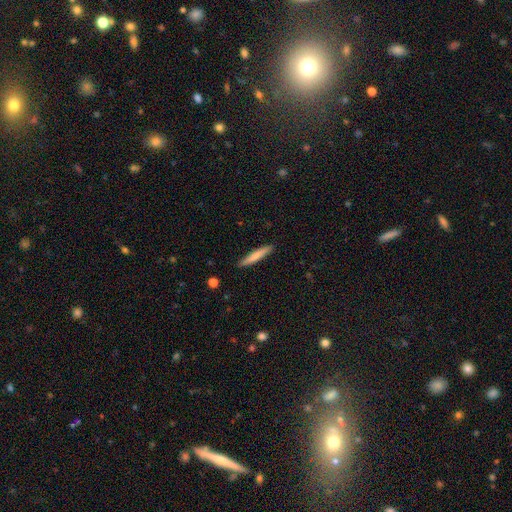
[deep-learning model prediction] Smooth or featured? smooth (74%)
How rounded? cigar-shaped (93%)
Merging? none (90%)